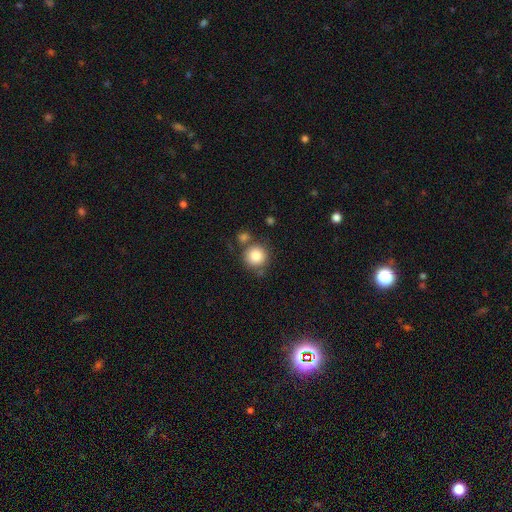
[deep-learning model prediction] smooth-or-featured: smooth: 85% | star or artifact: 9% | featured or disk: 6%
  how-rounded: round: 93% | in between: 6% | cigar-shaped: 1%
  merging: none: 69% | merger: 15% | minor disturbance: 12% | major disturbance: 4%